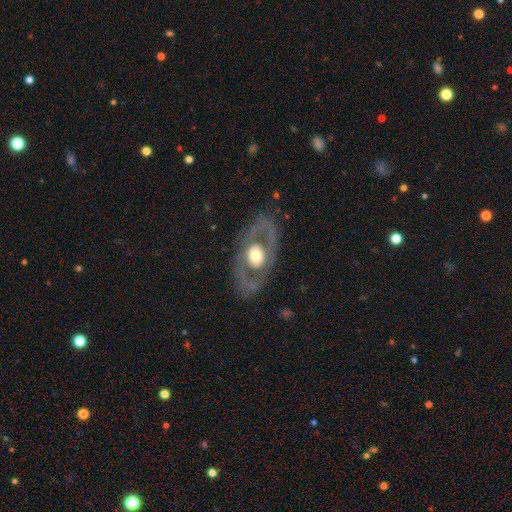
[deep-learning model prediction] Overall: featured or disk (68%). Edge-on disk: no (91%). Bar: no (81%). Spiral arms: no (67%; yes 33%). Bulge size: moderate (51%; large 37%). Merging: none (77%).